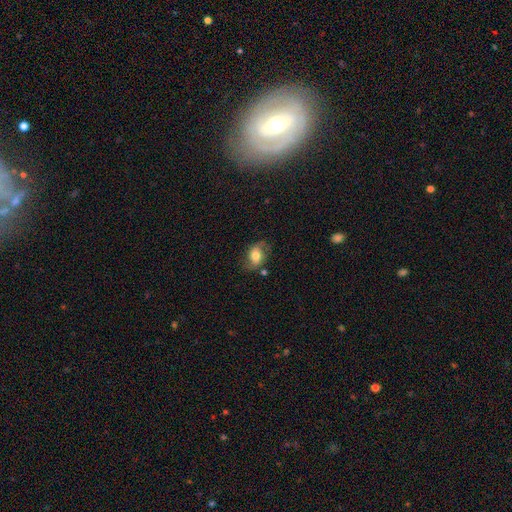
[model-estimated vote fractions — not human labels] This is possibly a smooth galaxy (57%). How rounded: likely in between (78%). Merging: likely none (65%).